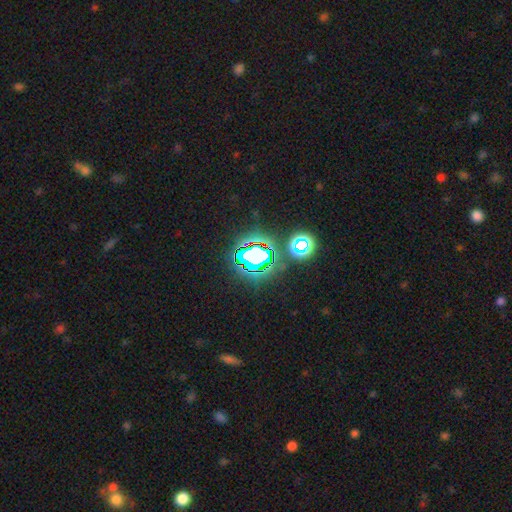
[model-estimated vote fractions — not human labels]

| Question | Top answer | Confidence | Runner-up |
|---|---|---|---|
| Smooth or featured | star or artifact | 74% | smooth (16%) |